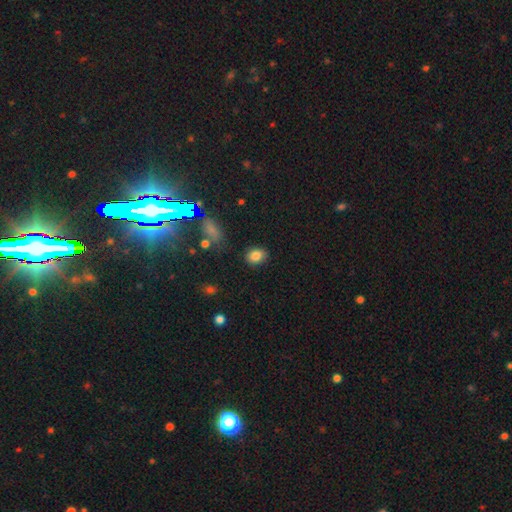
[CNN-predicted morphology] A smooth galaxy with no disk features (83%) that is in between round and cigar-shaped (51%). Merging: none (85%).